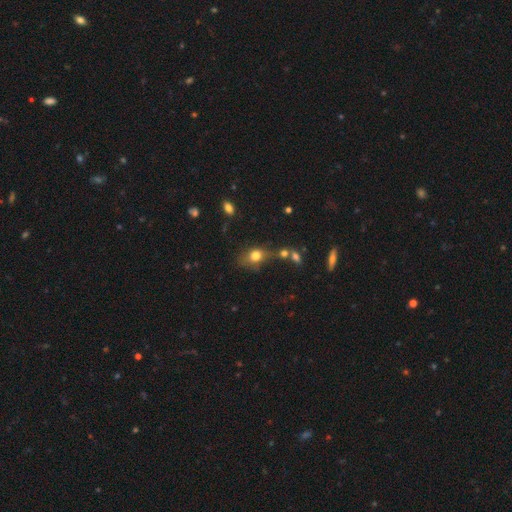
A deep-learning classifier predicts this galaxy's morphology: This appears to be a smooth galaxy with no disk features (75%) that is in between round and cigar-shaped (58%). Merging: none (43%).